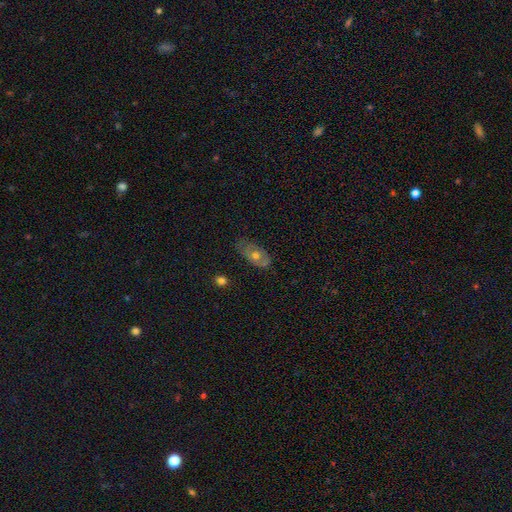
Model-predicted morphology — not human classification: Overall: smooth (46%, tied with featured or disk). Merging: none (62%; minor disturbance 29%).